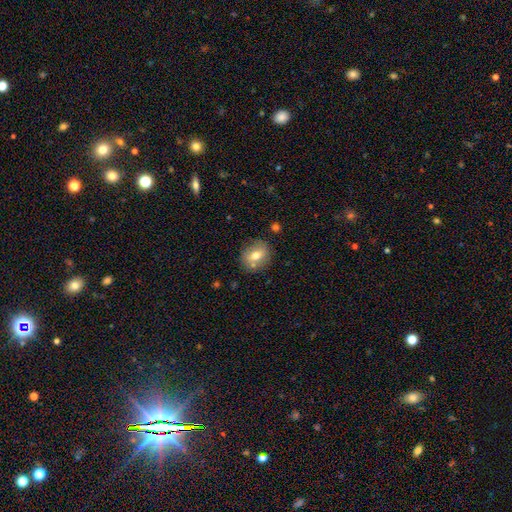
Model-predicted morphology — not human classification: smooth_or_featured: smooth (p=0.66) [alt: featured or disk p=0.25]
how_rounded: round (p=0.57) [alt: in between p=0.41]
merging: none (p=0.78) [alt: minor disturbance p=0.13]